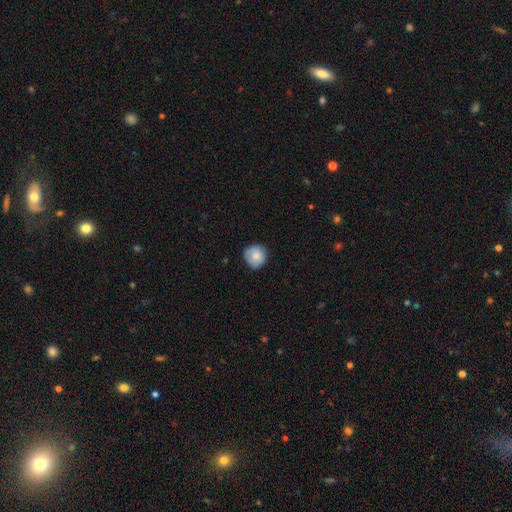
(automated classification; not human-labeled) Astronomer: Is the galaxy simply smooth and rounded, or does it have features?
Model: smooth — 80%.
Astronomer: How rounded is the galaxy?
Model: round — 91%.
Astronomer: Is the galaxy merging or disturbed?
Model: none — 75%.